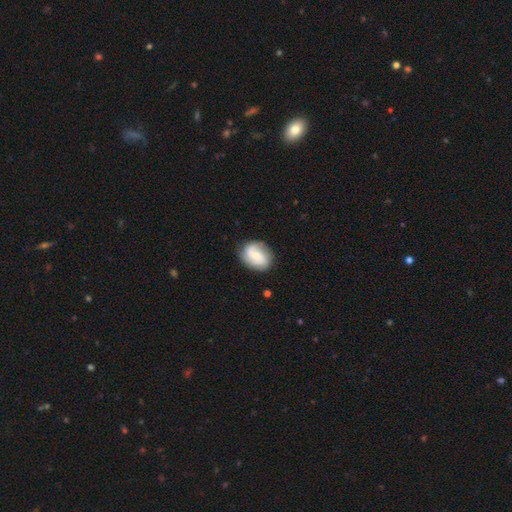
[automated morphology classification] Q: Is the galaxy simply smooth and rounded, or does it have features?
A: featured or disk — 62%.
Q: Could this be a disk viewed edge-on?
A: no — 97%.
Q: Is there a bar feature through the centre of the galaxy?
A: weak — 46%.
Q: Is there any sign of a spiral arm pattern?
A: yes — 91%.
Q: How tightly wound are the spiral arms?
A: medium — 40%.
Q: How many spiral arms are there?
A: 2 — 75%.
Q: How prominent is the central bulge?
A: small — 52%.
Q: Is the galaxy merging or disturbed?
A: none — 80%.